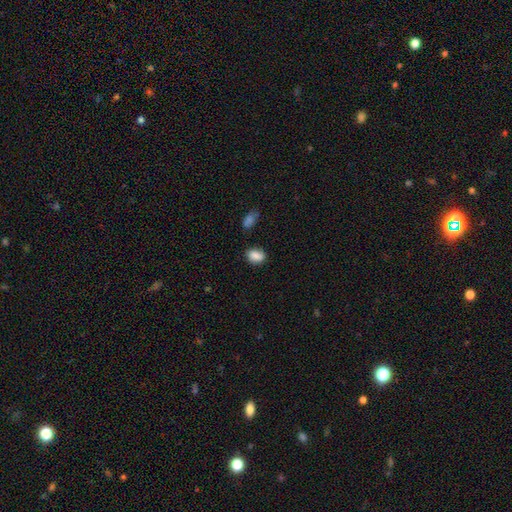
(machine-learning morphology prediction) Smooth or featured? Predicted: smooth (p=0.84). How rounded? Predicted: in between (p=0.73). Merging? Predicted: none (p=0.67).